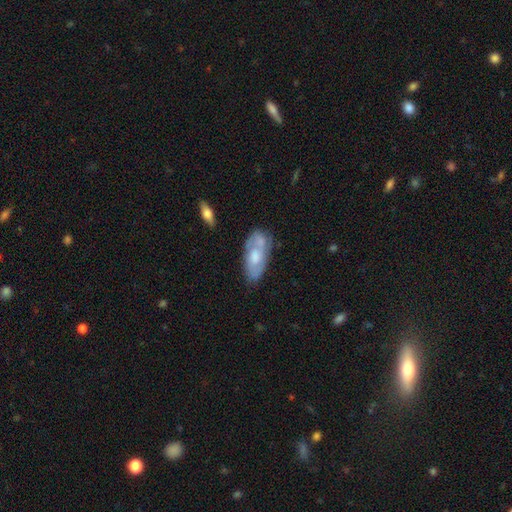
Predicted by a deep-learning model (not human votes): This appears to be a featured or disk galaxy (57%). Merging: none (63%).